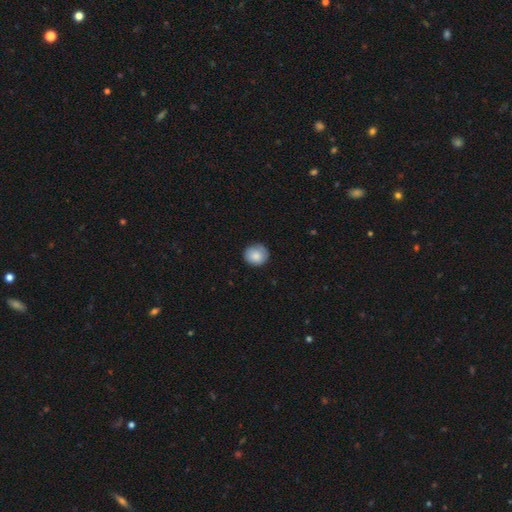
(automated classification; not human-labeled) Smooth or featured: smooth — 84% (featured or disk — 9%)
How rounded: round — 85% (in between — 14%)
Merging: none — 81% (minor disturbance — 16%)